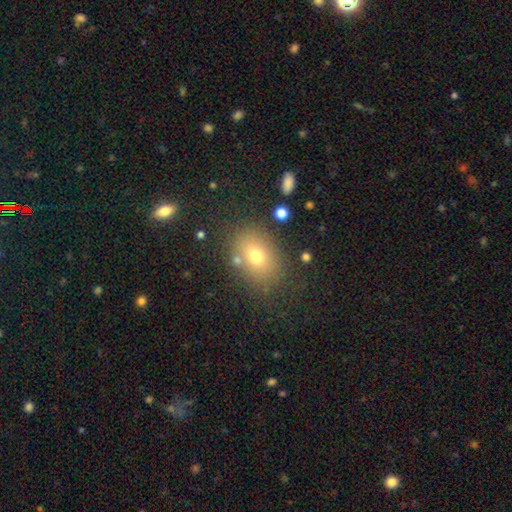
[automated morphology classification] This is likely a smooth galaxy (71%). How rounded: likely in between (70%). Merging: likely none (78%).